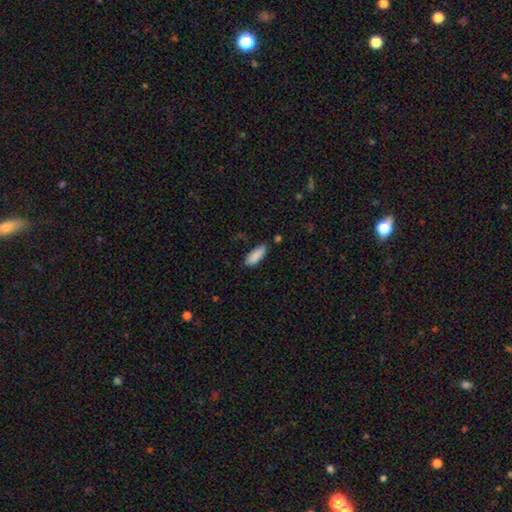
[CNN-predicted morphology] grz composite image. It shows a smooth galaxy with no disk features (88%) that is in between round and cigar-shaped (69%). Merging: none (75%).